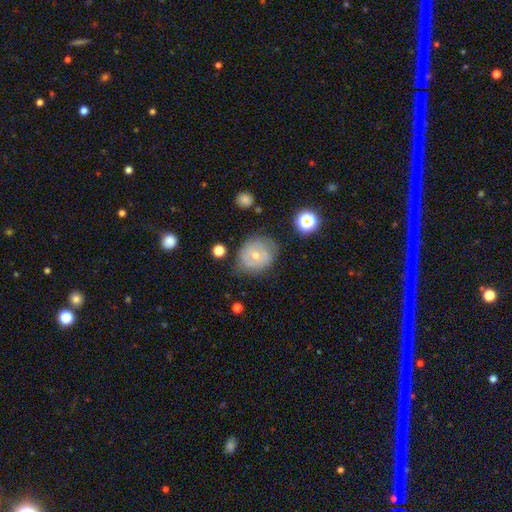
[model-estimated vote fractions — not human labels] Smooth or featured?
  - smooth: 49% *
  - featured or disk: 42%
  - star or artifact: 10%
Merging?
  - none: 61% *
  - minor disturbance: 26%
  - major disturbance: 10%
  - merger: 3%